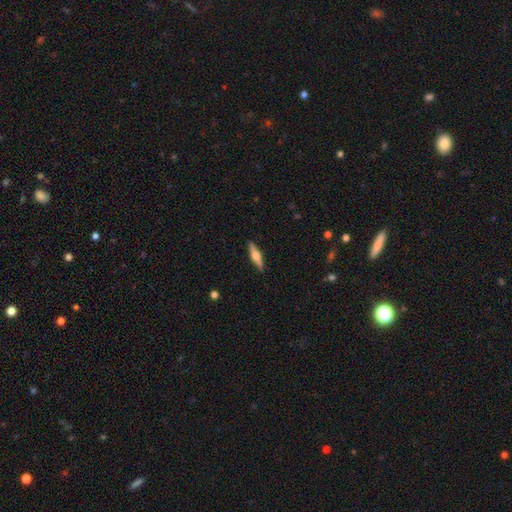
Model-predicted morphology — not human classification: smooth-or-featured: featured or disk: 59% | smooth: 35% | star or artifact: 6%
  disk-edge-on: yes: 97% | no: 3%
    edge-on-bulge: rounded: 92% | boxy: 5% | none: 3%
  merging: none: 90% | minor disturbance: 7% | major disturbance: 2% | merger: 1%